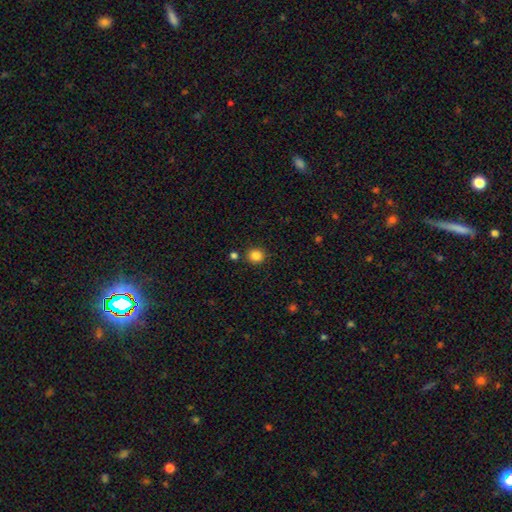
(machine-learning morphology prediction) smooth 85%, star or artifact 11%, featured or disk 4%. Down the decision tree: how rounded — round (87%); merging — none (87%).